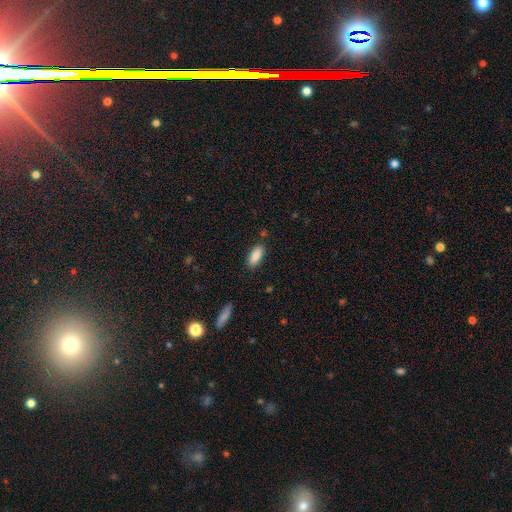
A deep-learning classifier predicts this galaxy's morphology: Smooth or featured: smooth — 87% (star or artifact — 7%)
How rounded: in between — 83% (cigar-shaped — 16%)
Merging: none — 84% (minor disturbance — 11%)